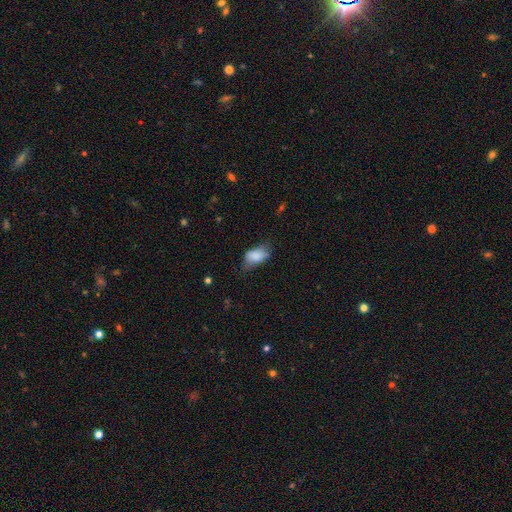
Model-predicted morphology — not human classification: This appears to be a smooth galaxy with no disk features (82%) that is in between round and cigar-shaped (90%). Merging: none (47%).